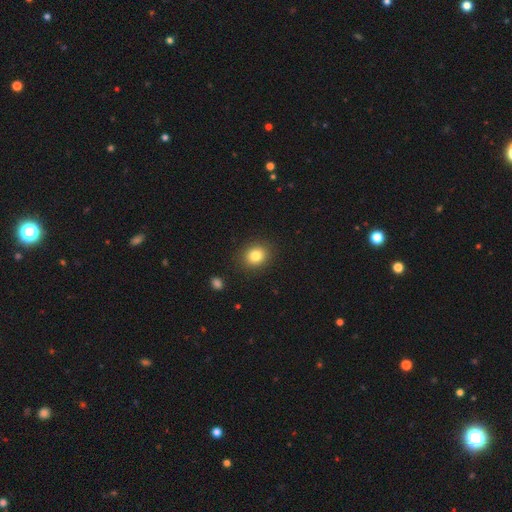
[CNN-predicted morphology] Smooth or featured: smooth — 82% (star or artifact — 11%)
How rounded: round — 65% (in between — 34%)
Merging: none — 89% (minor disturbance — 7%)